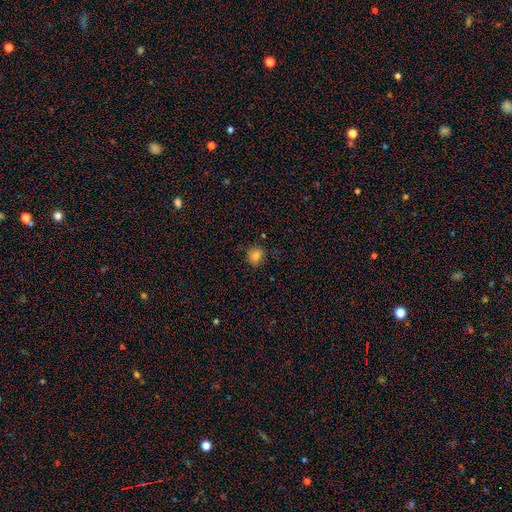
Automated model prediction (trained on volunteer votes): This appears to be a smooth galaxy with no disk features (78%) that is round (61%). Merging: none (76%).